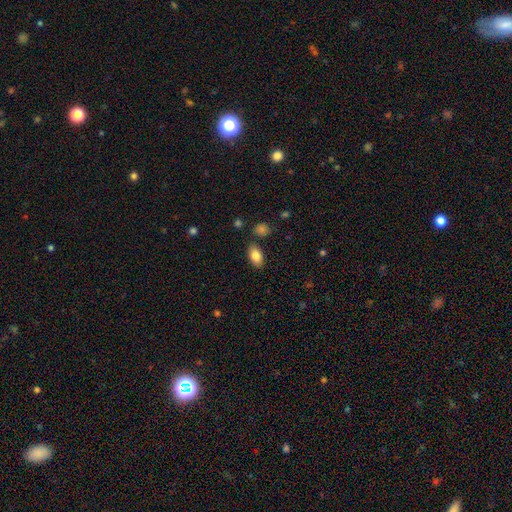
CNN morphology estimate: The model was most divided on "merging": none: 83%, minor disturbance: 10%, merger: 3%, major disturbance: 3%. More confident: how rounded — in between (92%); smooth or featured — smooth (84%).